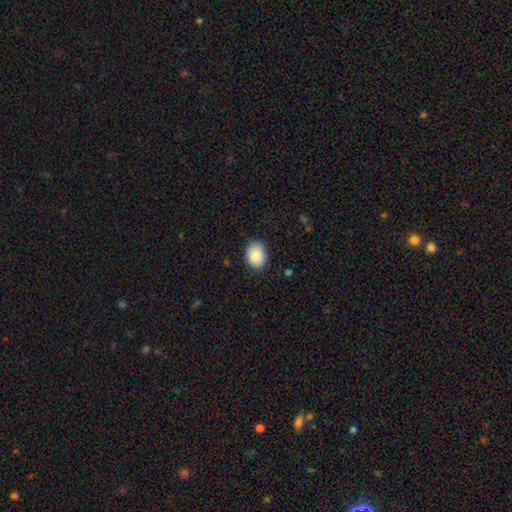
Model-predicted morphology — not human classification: The model was most divided on "how rounded": in between: 67%, round: 32%, cigar-shaped: 1%. More confident: smooth or featured — smooth (87%); merging — none (86%).